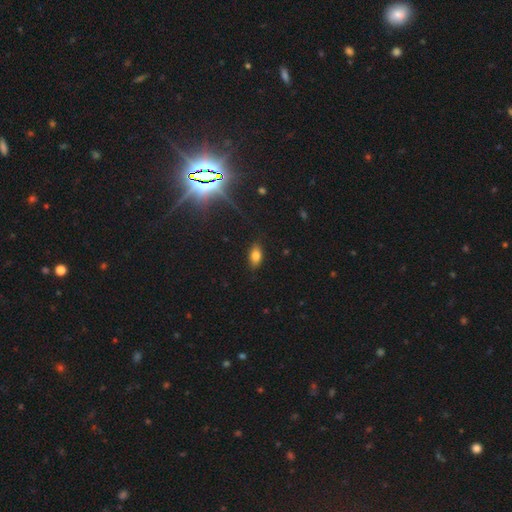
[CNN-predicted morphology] Smooth or featured: smooth — 78% (star or artifact — 12%)
How rounded: in between — 90% (round — 5%)
Merging: none — 86% (minor disturbance — 10%)